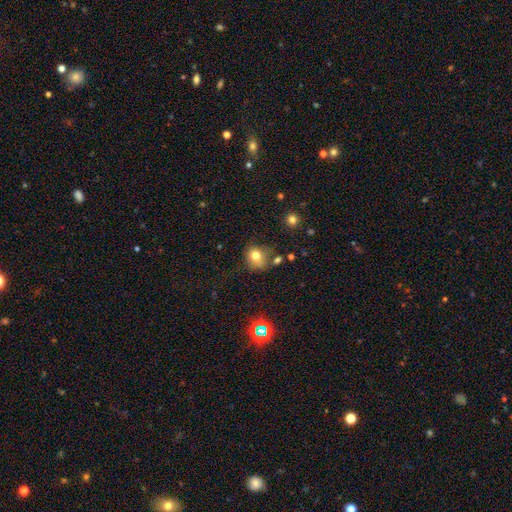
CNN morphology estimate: Smooth or featured? smooth (74%)
How rounded? round (73%)
Merging? none (59%)